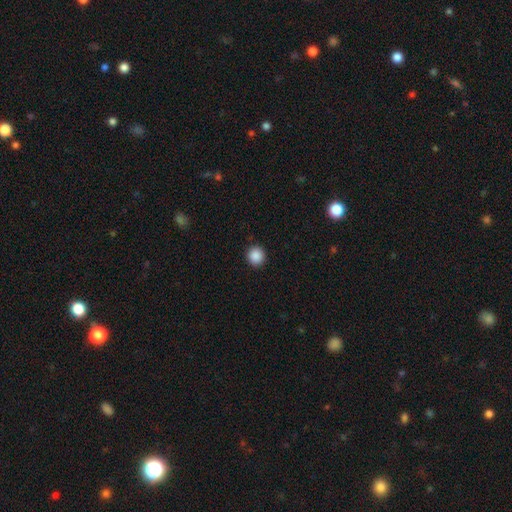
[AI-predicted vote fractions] Smooth or featured: smooth — 89% (star or artifact — 9%)
How rounded: round — 93% (in between — 7%)
Merging: none — 92% (minor disturbance — 5%)